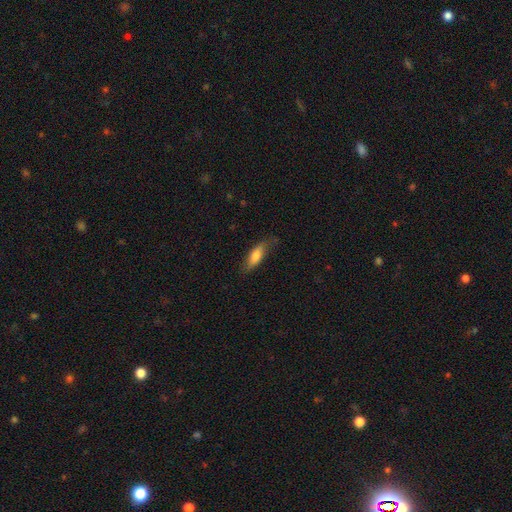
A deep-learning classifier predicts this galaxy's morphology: smooth-or-featured: smooth: 72% | featured or disk: 22% | star or artifact: 6%
  how-rounded: in between: 58% | cigar-shaped: 39% | round: 2%
  merging: none: 70% | minor disturbance: 23% | major disturbance: 6% | merger: 1%